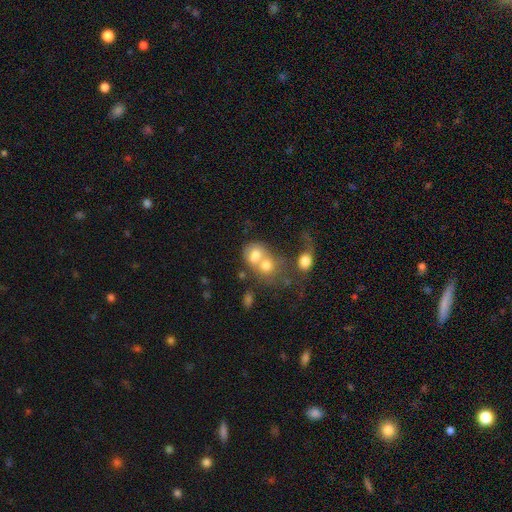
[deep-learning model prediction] smooth 69%, featured or disk 20%, star or artifact 11%. Down the decision tree: how rounded — round (57%); merging — merger (64%).